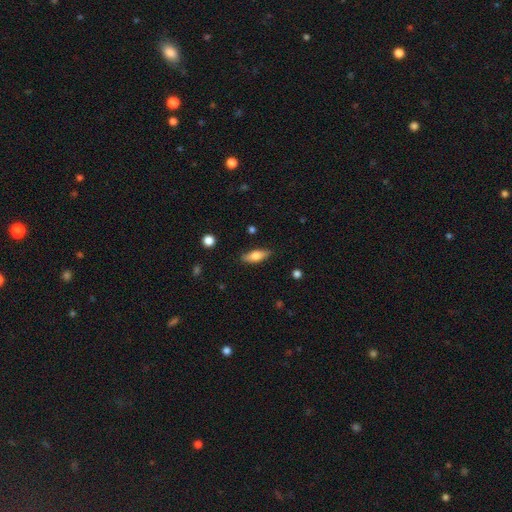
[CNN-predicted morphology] smooth-or-featured: smooth: 71% | featured or disk: 23% | star or artifact: 7%
  how-rounded: in between: 65% | cigar-shaped: 32% | round: 3%
  merging: none: 84% | minor disturbance: 12% | major disturbance: 2% | merger: 1%